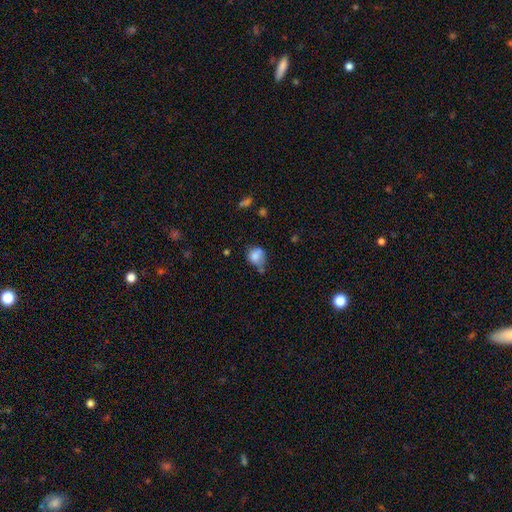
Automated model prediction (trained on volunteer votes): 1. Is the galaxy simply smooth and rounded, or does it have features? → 79% smooth, 11% featured or disk, 10% star or artifact.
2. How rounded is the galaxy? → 62% round, 37% in between, 1% cigar-shaped.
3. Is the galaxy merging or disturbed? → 36% none, 35% minor disturbance, 16% major disturbance, 12% merger.